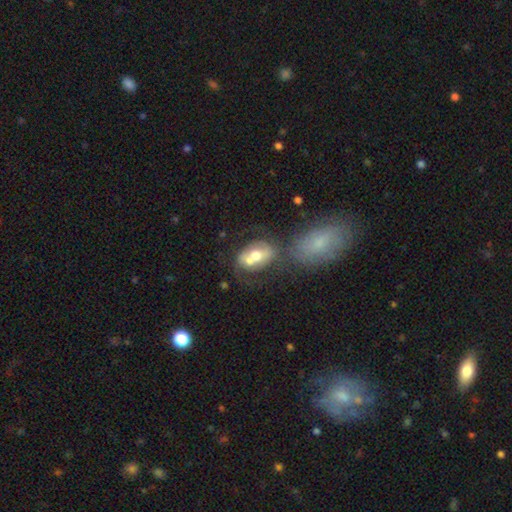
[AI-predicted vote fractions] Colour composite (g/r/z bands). It shows a featured or disk galaxy (46%, tied with smooth). Merging: merger (48%).